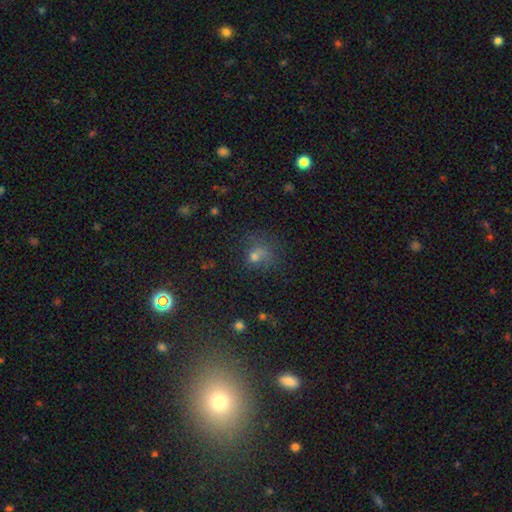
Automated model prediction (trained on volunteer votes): A smooth galaxy with no disk features (59%) that is round (68%). Merging: none (49%).